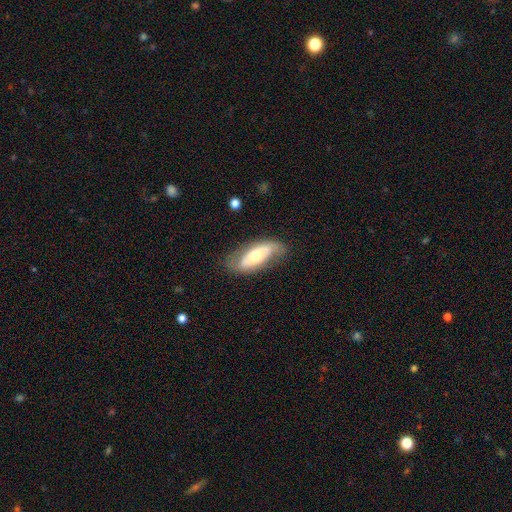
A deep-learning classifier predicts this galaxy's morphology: The model was most divided on "smooth or featured": featured or disk: 54%, smooth: 40%, star or artifact: 6%. More confident: edge-on disk — no (84%); merging — none (69%).